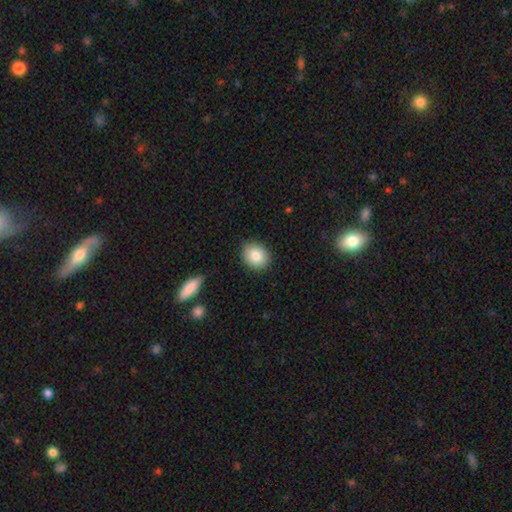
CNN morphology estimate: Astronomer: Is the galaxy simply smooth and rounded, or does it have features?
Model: smooth — 84%.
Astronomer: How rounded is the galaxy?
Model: round — 56% (runner-up: in between, 43%).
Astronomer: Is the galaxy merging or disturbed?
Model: none — 88%.